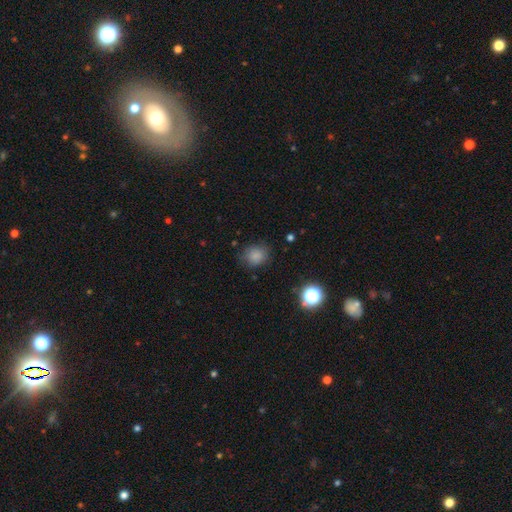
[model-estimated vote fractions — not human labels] Smooth or featured? smooth (82%)
How rounded? round (69%)
Merging? none (76%)